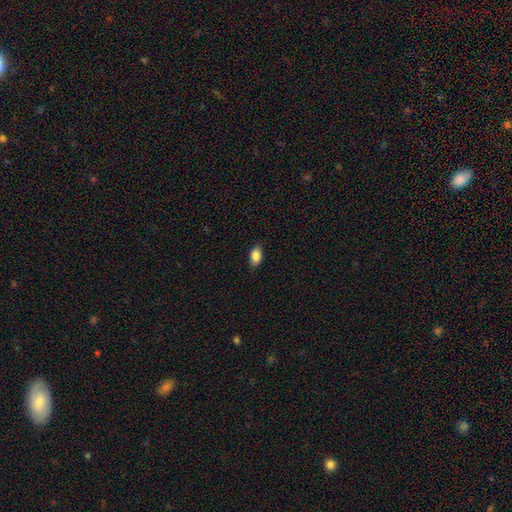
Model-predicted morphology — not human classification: Overall: smooth (87%). How rounded: in between (90%). Merging: none (86%).